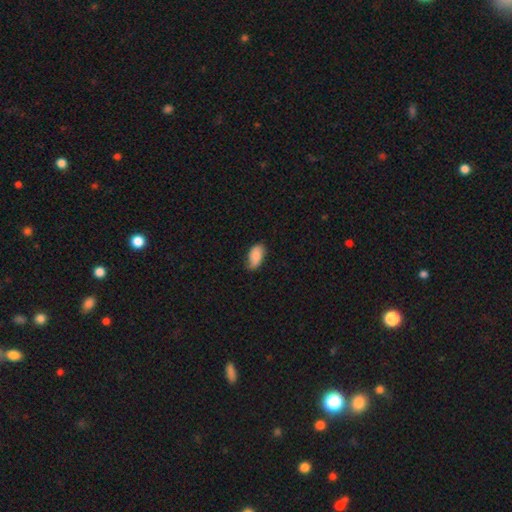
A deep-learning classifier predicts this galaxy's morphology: Smooth or featured?
  - smooth: 80% *
  - featured or disk: 13%
  - star or artifact: 7%
How rounded?
  - in between: 93% *
  - round: 3%
  - cigar-shaped: 3%
Merging?
  - none: 70% *
  - minor disturbance: 24%
  - major disturbance: 4%
  - merger: 1%